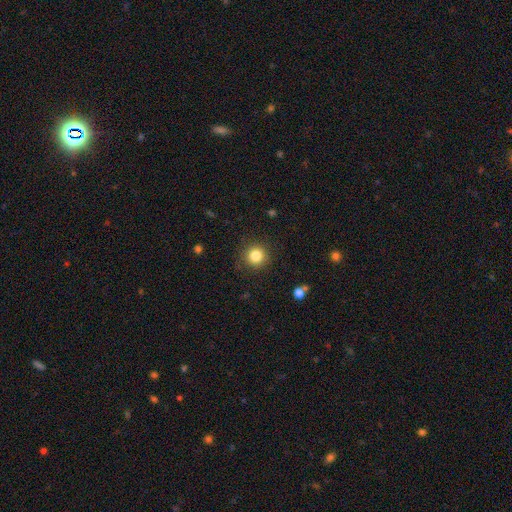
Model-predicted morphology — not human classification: Overall: smooth (83%). How rounded: round (94%). Merging: none (89%).